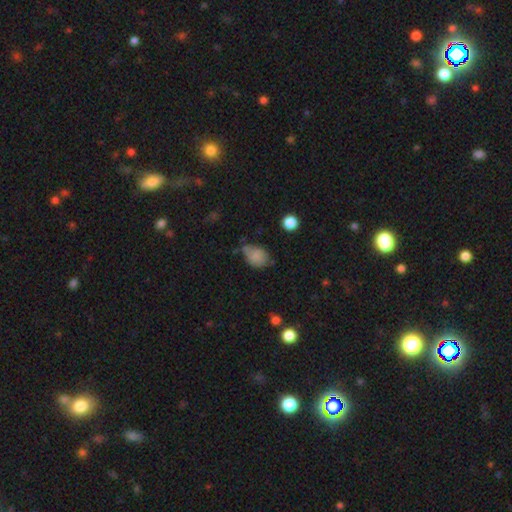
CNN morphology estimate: Q: Smooth or featured?
A: smooth (81%); runner-up: star or artifact (11%)
Q: How rounded?
A: in between (59%); runner-up: round (40%)
Q: Merging?
A: none (49%); runner-up: minor disturbance (34%)